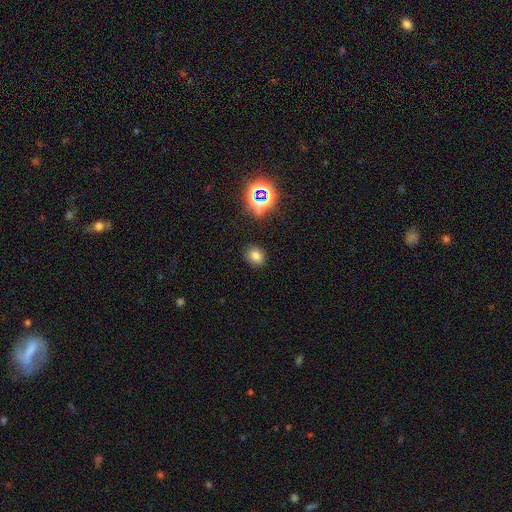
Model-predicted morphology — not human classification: A smooth galaxy with no disk features (73%) that is round (59%). Merging: none (87%).